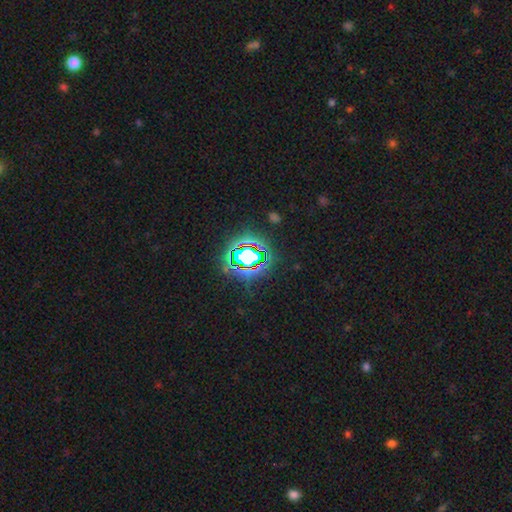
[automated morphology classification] A star or artifact, not a galaxy (74%).